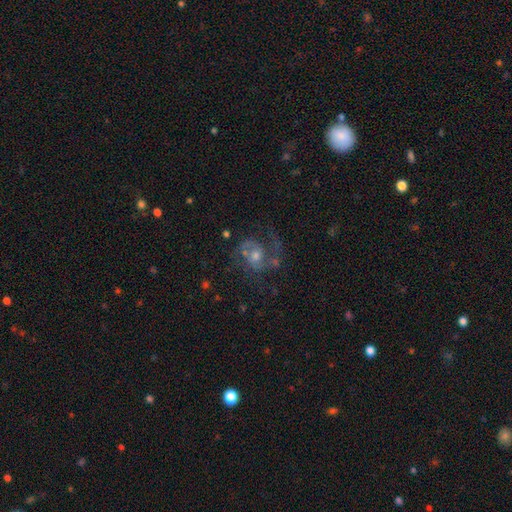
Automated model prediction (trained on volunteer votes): Smooth or featured? Predicted: featured or disk (p=0.82). Edge-on disk? Predicted: no (p=0.98). Bar? Predicted: no (p=0.64). Spiral arms? Predicted: yes (p=0.94). Spiral winding? Predicted: medium (p=0.54). Spiral arm count? Predicted: 2 (p=0.75). Bulge size? Predicted: moderate (p=0.56). Merging? Predicted: none (p=0.60).